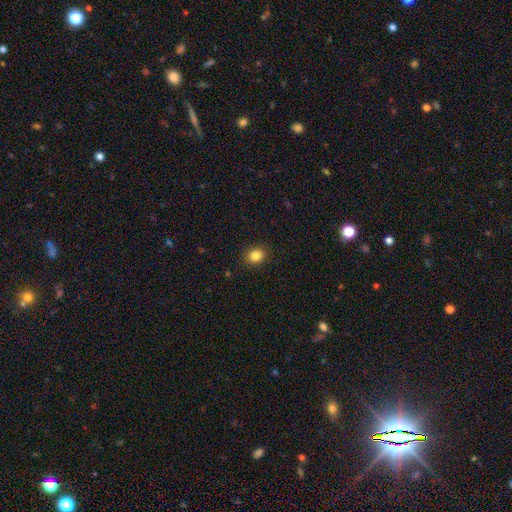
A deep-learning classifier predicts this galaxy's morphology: Smooth or featured?
  - smooth: 84% *
  - star or artifact: 11%
  - featured or disk: 5%
How rounded?
  - round: 64% *
  - in between: 35%
  - cigar-shaped: 1%
Merging?
  - none: 90% *
  - minor disturbance: 7%
  - major disturbance: 2%
  - merger: 1%